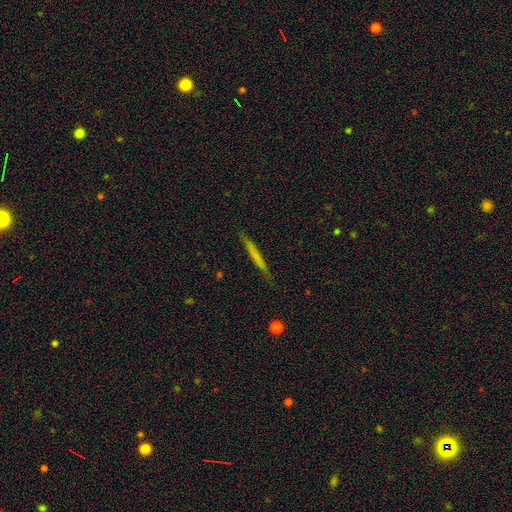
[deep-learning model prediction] Smooth or featured: smooth — 53% (featured or disk — 40%)
How rounded: cigar-shaped — 96% (in between — 2%)
Merging: none — 87% (minor disturbance — 9%)